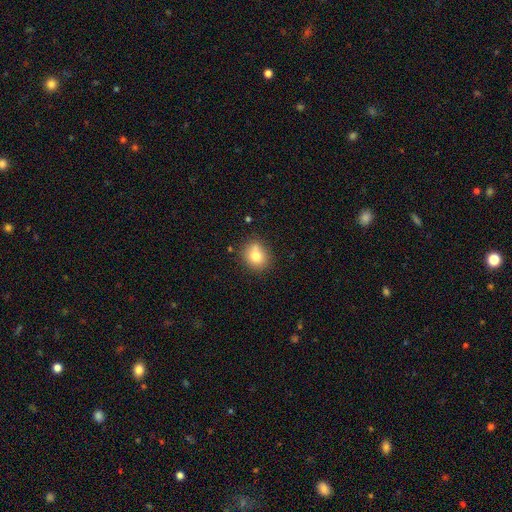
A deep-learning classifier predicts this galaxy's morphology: A smooth galaxy with no disk features (78%) that is round (71%).

Vote fractions:
- Smooth or featured? smooth: 78% / featured or disk: 12% / star or artifact: 11%
- How rounded? round: 71% / in between: 28% / cigar-shaped: 1%
- Merging? none: 69% / minor disturbance: 18% / merger: 9% / major disturbance: 4%